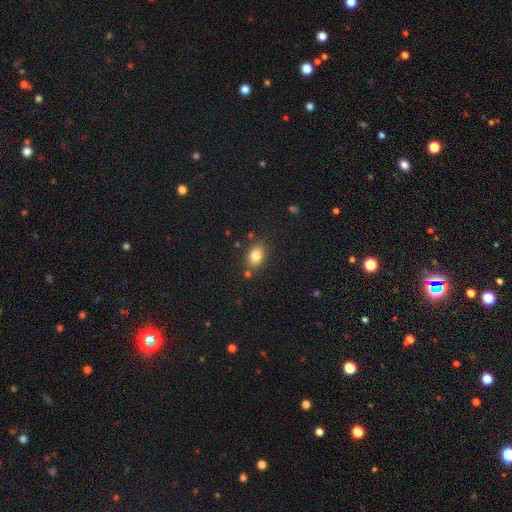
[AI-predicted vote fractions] This is clearly a smooth galaxy (82%). How rounded: likely in between (78%). Merging: likely none (76%).